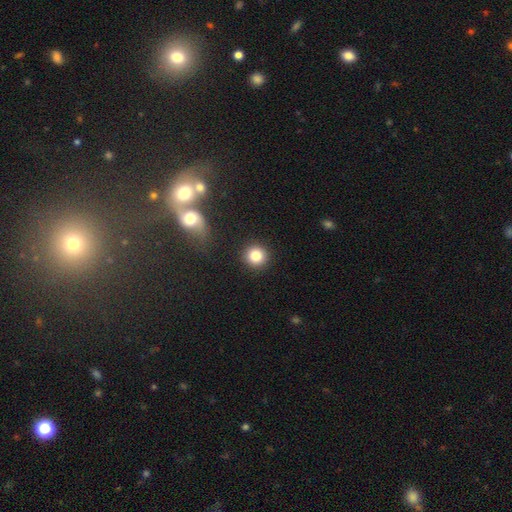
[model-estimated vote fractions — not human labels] A smooth galaxy with no disk features (83%) that is round (93%). Merging: none (90%).